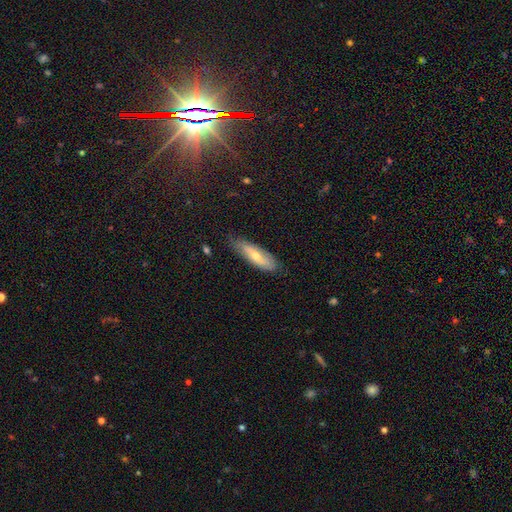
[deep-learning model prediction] Q: Smooth or featured?
A: smooth (53%); runner-up: featured or disk (41%)
Q: How rounded?
A: cigar-shaped (50%); runner-up: in between (48%)
Q: Merging?
A: none (68%); runner-up: minor disturbance (25%)